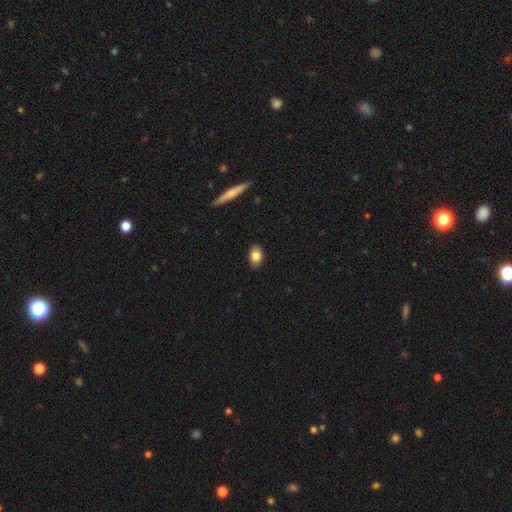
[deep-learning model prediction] This appears to be a smooth galaxy with no disk features (82%) that is in between round and cigar-shaped (82%). Merging: none (89%).